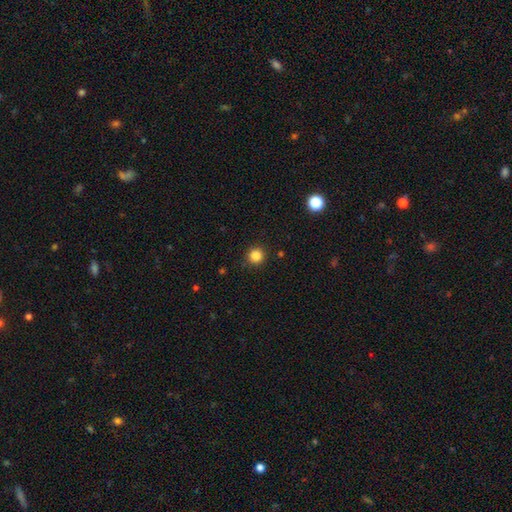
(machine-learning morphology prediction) type=smooth (84%); roundness=round (94%); merging=none (91%).